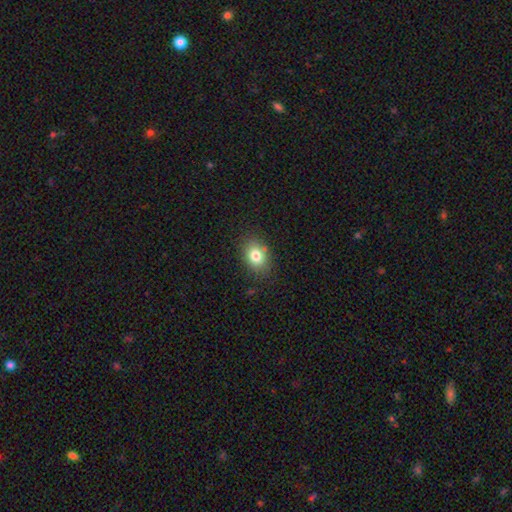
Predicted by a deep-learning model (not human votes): Smooth or featured? smooth (79%)
How rounded? in between (59%)
Merging? none (83%)